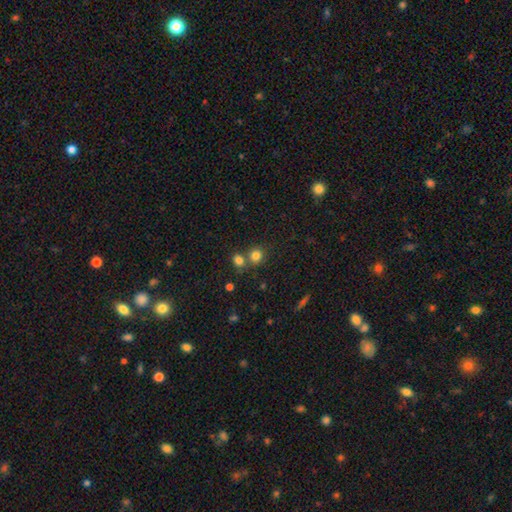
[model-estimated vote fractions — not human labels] Smooth or featured? Predicted: smooth (p=0.80). How rounded? Predicted: round (p=0.85). Merging? Predicted: none (p=0.60).